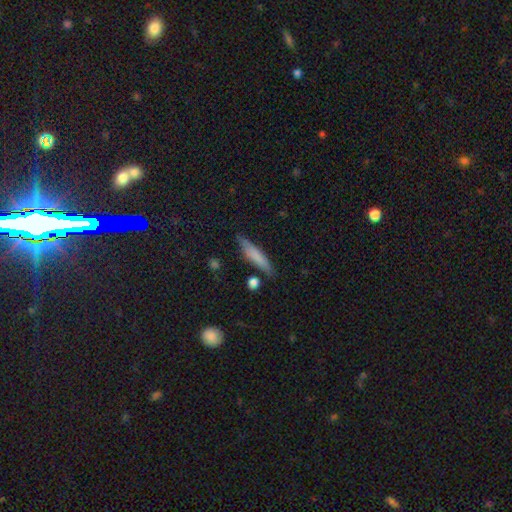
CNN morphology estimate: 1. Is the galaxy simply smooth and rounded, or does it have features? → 71% smooth, 22% featured or disk, 7% star or artifact.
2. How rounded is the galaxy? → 86% cigar-shaped, 12% in between, 2% round.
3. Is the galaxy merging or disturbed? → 81% none, 13% minor disturbance, 4% merger, 3% major disturbance.